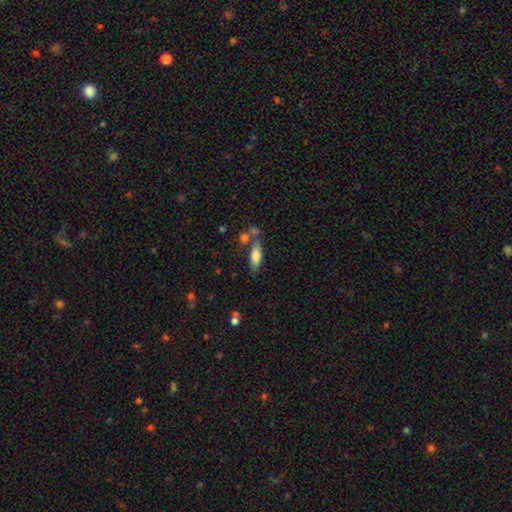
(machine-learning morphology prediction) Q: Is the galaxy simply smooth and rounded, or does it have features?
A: smooth — 77%.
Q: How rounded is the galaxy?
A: in between — 67%.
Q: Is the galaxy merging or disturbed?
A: none — 58%.